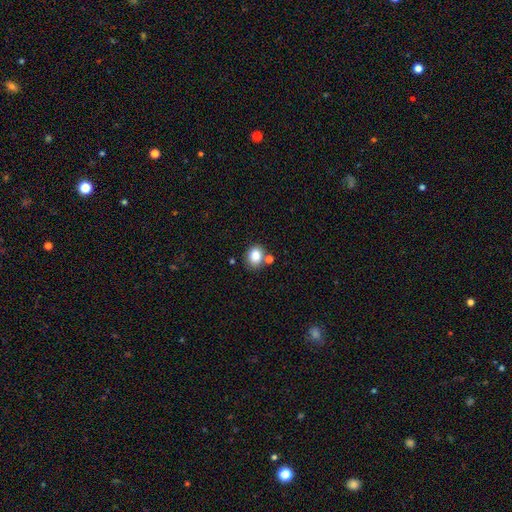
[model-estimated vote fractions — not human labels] This appears to be a smooth galaxy with no disk features (84%) that is round (57%). Merging: none (69%).